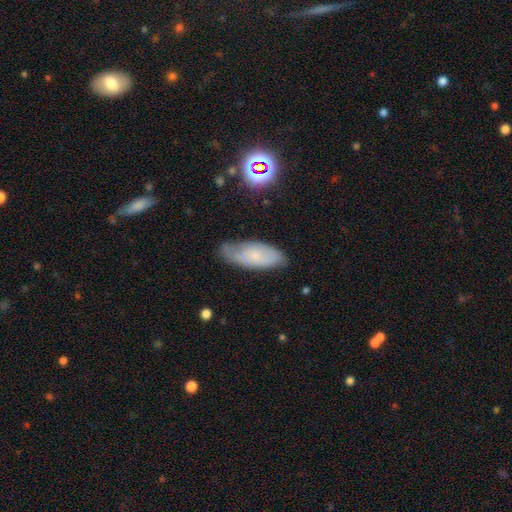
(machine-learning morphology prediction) Q: Smooth or featured?
A: smooth (56%); runner-up: featured or disk (34%)
Q: How rounded?
A: in between (78%); runner-up: cigar-shaped (19%)
Q: Merging?
A: none (66%); runner-up: minor disturbance (26%)